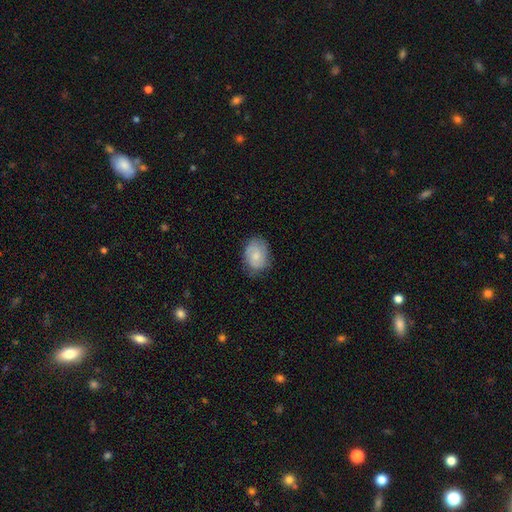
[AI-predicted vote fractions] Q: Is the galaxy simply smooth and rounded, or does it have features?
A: smooth — 69%.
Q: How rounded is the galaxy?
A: in between — 68%.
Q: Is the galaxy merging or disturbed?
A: none — 71%.